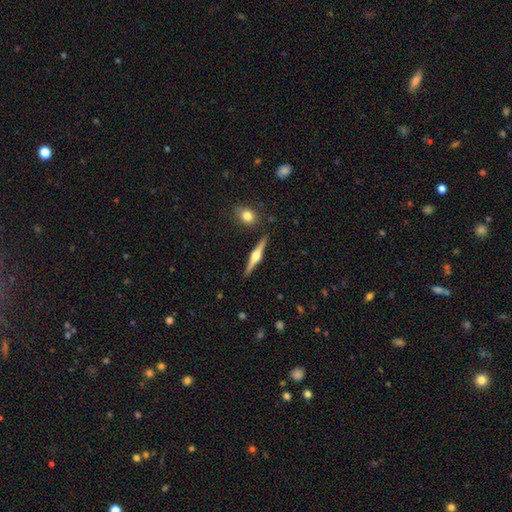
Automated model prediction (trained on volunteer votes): A featured or disk galaxy (76%) viewed edge-on (98%) with a rounded central bulge (94%). Merging: none (89%).